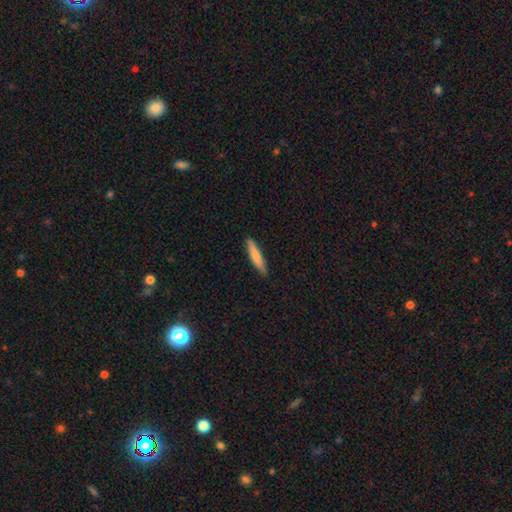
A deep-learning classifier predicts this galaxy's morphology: A smooth galaxy with no disk features (73%) that is cigar-shaped (88%). Merging: none (89%).